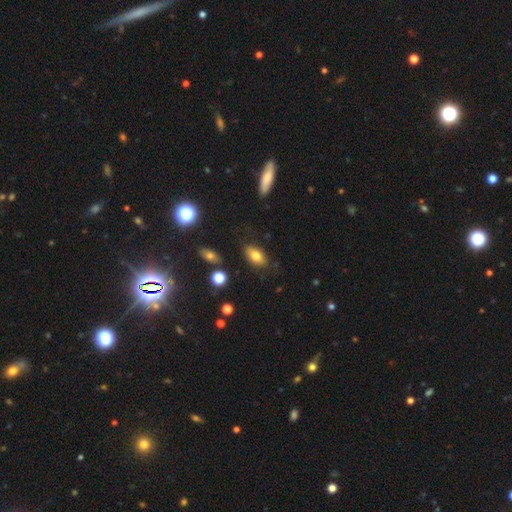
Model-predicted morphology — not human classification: type=smooth (78%); roundness=in between (88%); merging=none (79%).